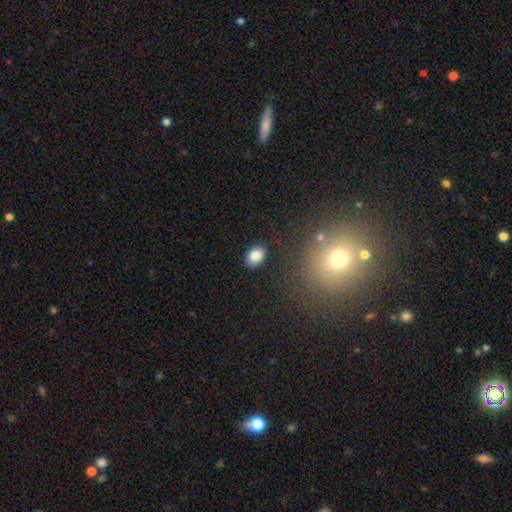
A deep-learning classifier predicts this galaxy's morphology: A smooth galaxy with no disk features (84%) that is in between round and cigar-shaped (75%). Merging: none (87%).